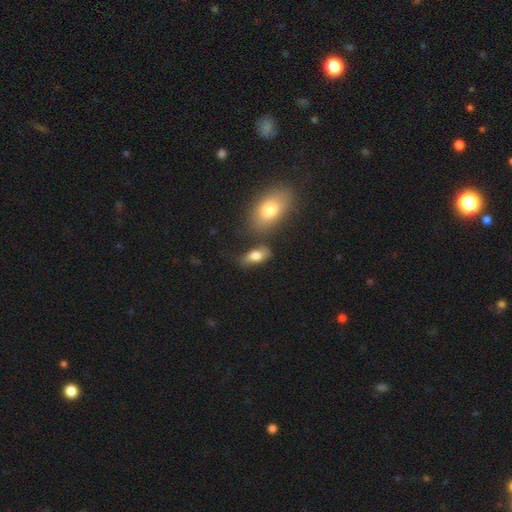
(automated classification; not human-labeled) Smooth or featured? smooth (76%)
How rounded? in between (86%)
Merging? none (55%)